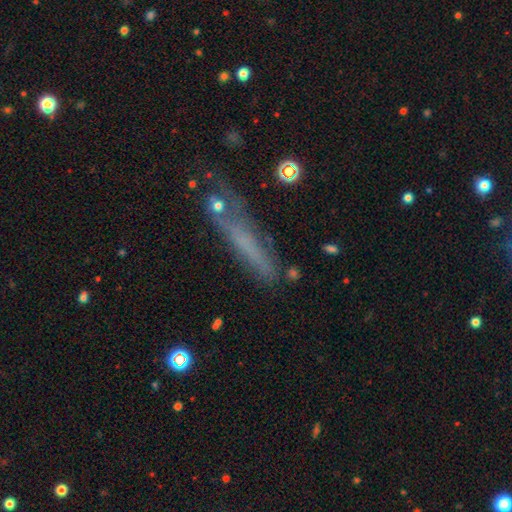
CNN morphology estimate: Q: Smooth or featured?
A: smooth (52%); runner-up: featured or disk (37%)
Q: How rounded?
A: cigar-shaped (88%); runner-up: in between (9%)
Q: Merging?
A: none (55%); runner-up: minor disturbance (24%)